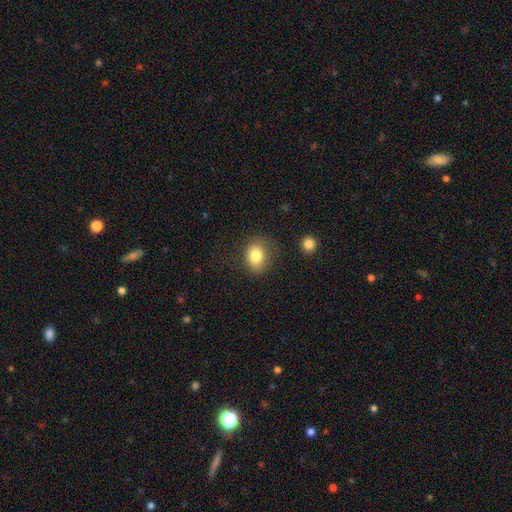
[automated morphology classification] This is clearly a smooth galaxy (80%). How rounded: possibly in between (55%). Merging: likely none (72%).